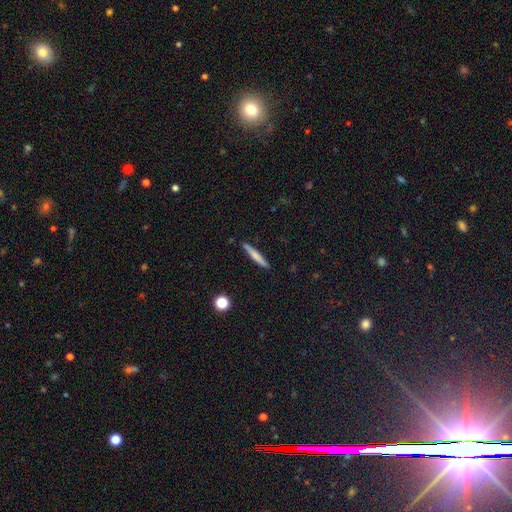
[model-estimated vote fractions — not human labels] Smooth or featured?
  - smooth: 64% *
  - featured or disk: 29%
  - star or artifact: 6%
How rounded?
  - cigar-shaped: 95% *
  - in between: 4%
  - round: 2%
Merging?
  - none: 89% *
  - minor disturbance: 8%
  - merger: 2%
  - major disturbance: 2%